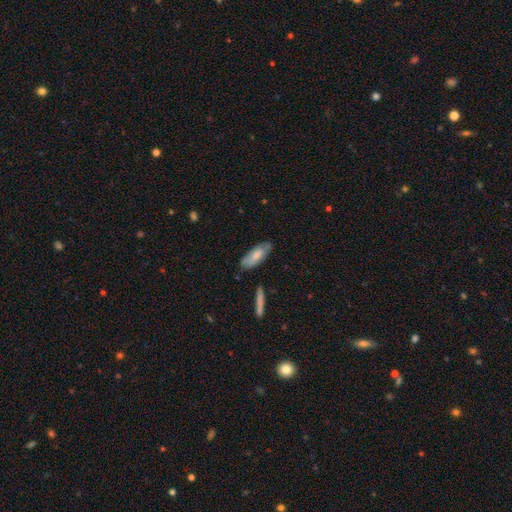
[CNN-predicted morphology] Smooth or featured? smooth (69%)
How rounded? in between (71%)
Merging? none (74%)